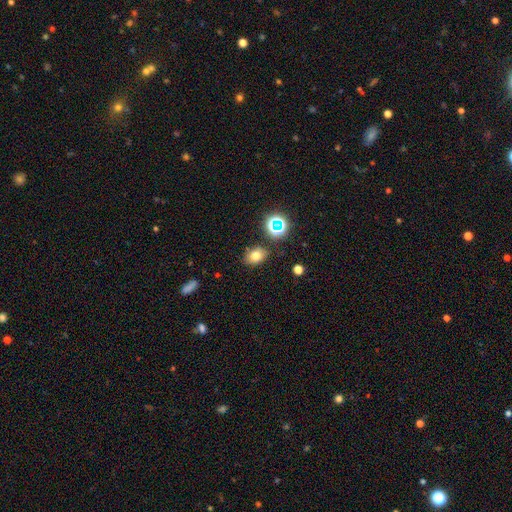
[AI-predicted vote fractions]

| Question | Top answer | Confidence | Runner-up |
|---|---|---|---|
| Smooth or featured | smooth | 73% | star or artifact (17%) |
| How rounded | in between | 66% | round (32%) |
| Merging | none | 81% | minor disturbance (12%) |